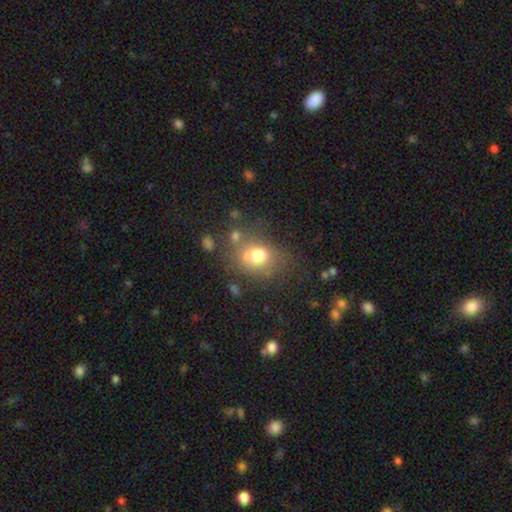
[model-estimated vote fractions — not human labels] smooth_or_featured: smooth (p=0.68) [alt: featured or disk p=0.18]
how_rounded: in between (p=0.59) [alt: round p=0.40]
merging: none (p=0.46) [alt: merger p=0.23]